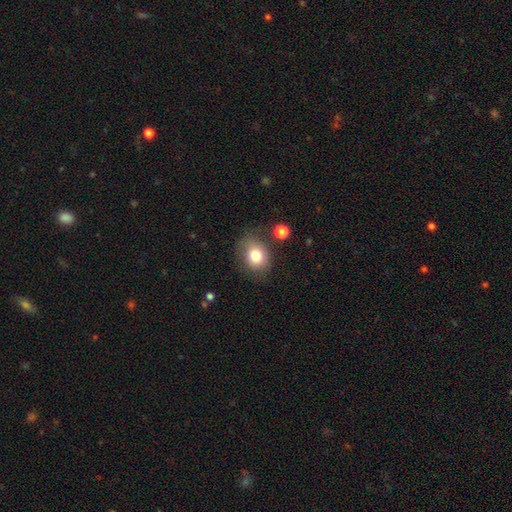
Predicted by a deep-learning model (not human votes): A smooth galaxy with no disk features (78%) that is round (55%).

Vote fractions:
- Smooth or featured? smooth: 78% / featured or disk: 11% / star or artifact: 10%
- How rounded? round: 55% / in between: 44% / cigar-shaped: 1%
- Merging? none: 69% / minor disturbance: 20% / major disturbance: 7% / merger: 4%